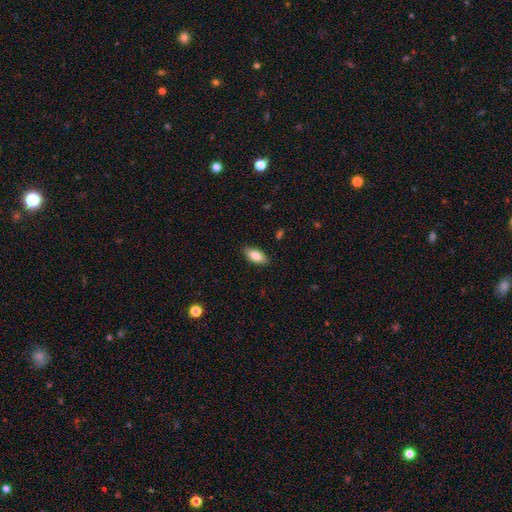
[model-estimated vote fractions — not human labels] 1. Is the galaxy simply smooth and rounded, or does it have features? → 81% smooth, 12% featured or disk, 7% star or artifact.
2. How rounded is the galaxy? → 88% in between, 10% cigar-shaped, 3% round.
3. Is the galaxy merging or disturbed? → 88% none, 9% minor disturbance, 2% major disturbance, 1% merger.